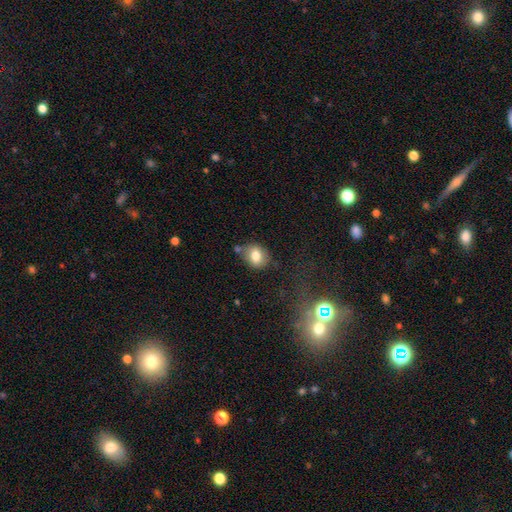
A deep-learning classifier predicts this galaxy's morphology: Smooth or featured? Predicted: smooth (p=0.77). How rounded? Predicted: round (p=0.50). Merging? Predicted: none (p=0.68).